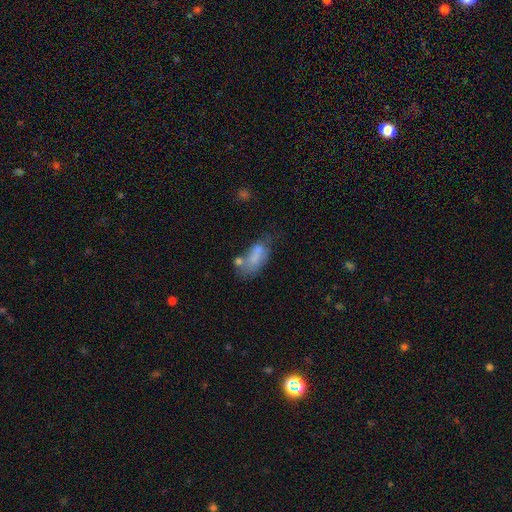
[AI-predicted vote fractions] Q: Smooth or featured?
A: smooth (64%); runner-up: featured or disk (25%)
Q: How rounded?
A: in between (85%); runner-up: cigar-shaped (10%)
Q: Merging?
A: none (30%); runner-up: merger (25%)